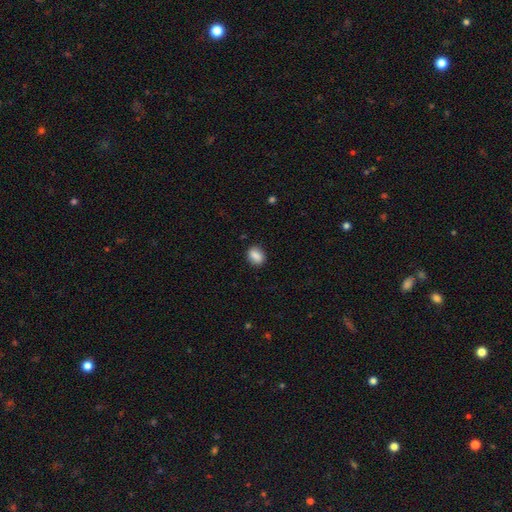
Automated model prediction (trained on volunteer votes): This is clearly a smooth galaxy (85%). How rounded: possibly in between (58%). Merging: clearly none (87%).